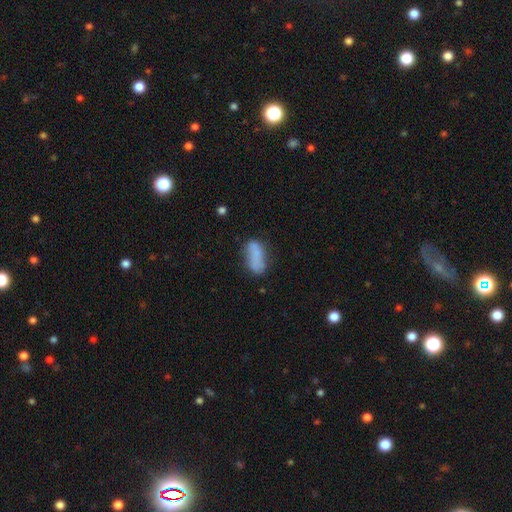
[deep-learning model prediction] Smooth or featured? smooth (70%)
How rounded? in between (86%)
Merging? none (52%)